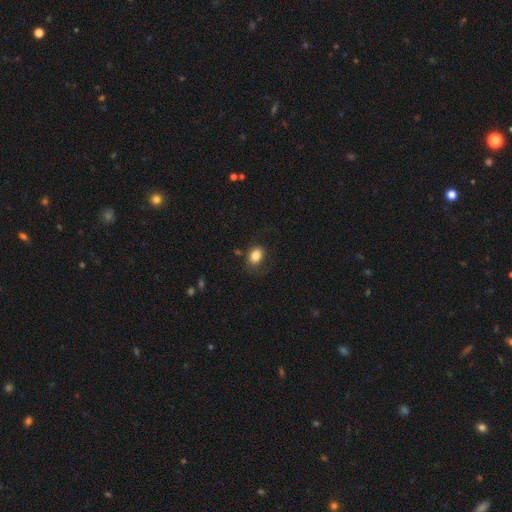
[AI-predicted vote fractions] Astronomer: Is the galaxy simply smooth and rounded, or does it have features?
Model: smooth — 83%.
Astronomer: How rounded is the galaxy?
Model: in between — 58% (runner-up: round, 41%).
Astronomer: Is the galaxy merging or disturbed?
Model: none — 75%.